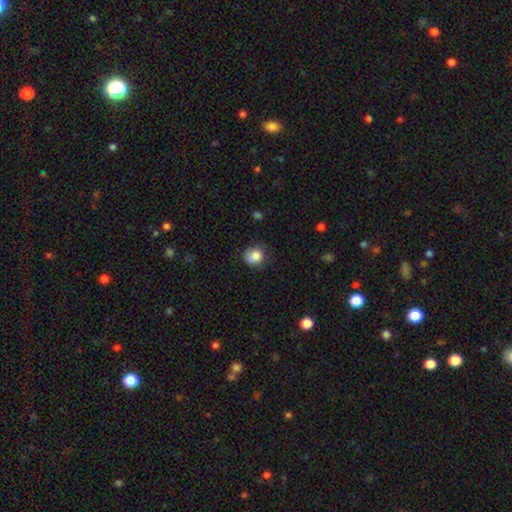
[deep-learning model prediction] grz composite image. It shows a smooth galaxy with no disk features (84%) that is round (74%). Merging: none (69%).